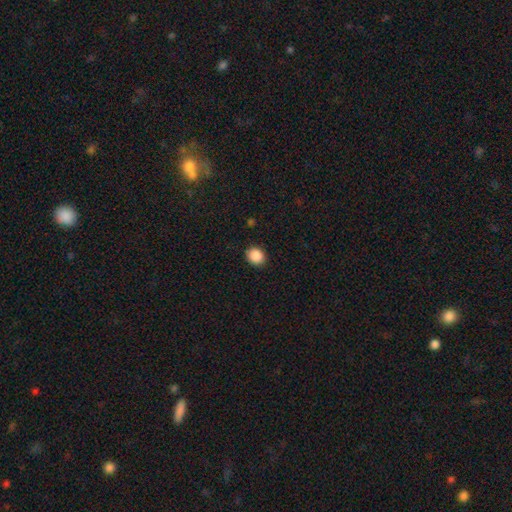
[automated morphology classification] This appears to be a smooth galaxy with no disk features (89%) that is round (66%). Merging: none (90%).